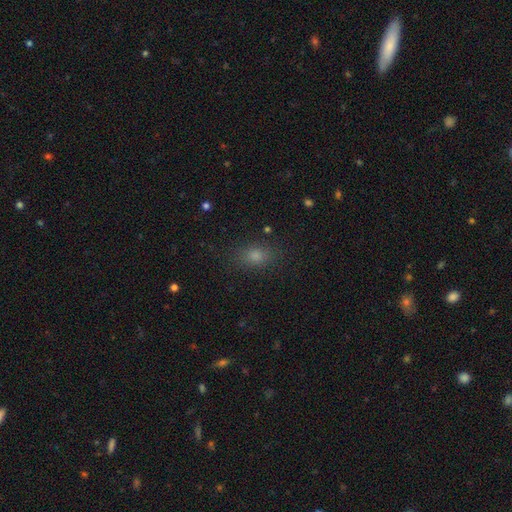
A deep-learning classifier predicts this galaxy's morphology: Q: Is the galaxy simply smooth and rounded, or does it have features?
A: smooth — 76%.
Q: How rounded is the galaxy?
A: in between — 70%.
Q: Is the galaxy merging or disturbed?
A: none — 83%.